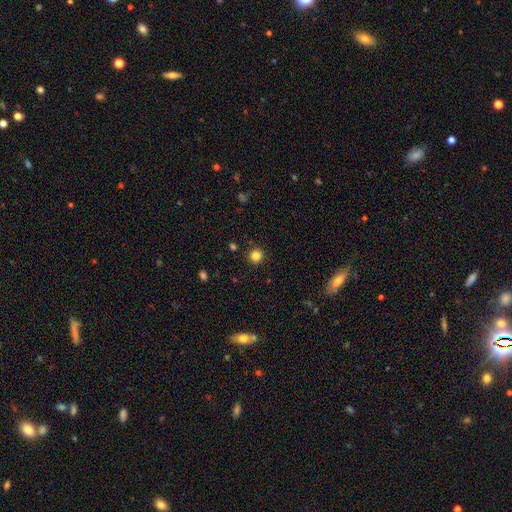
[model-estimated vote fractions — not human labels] Smooth or featured: smooth — 83% (star or artifact — 13%)
How rounded: round — 95% (in between — 4%)
Merging: none — 92% (minor disturbance — 5%)